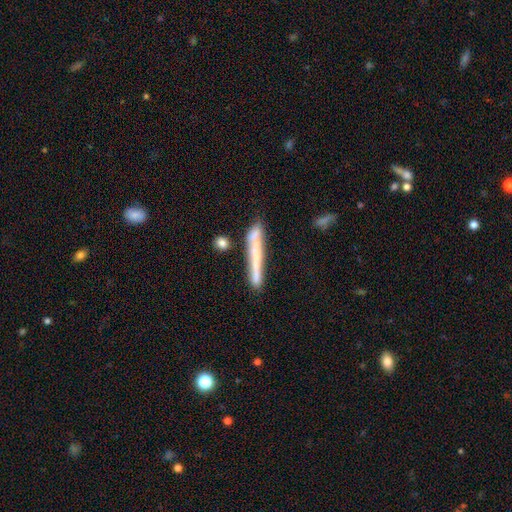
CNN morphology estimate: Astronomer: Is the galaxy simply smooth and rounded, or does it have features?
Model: featured or disk — 46%, tied with smooth at 46%.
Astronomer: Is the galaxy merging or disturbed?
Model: none — 64%.